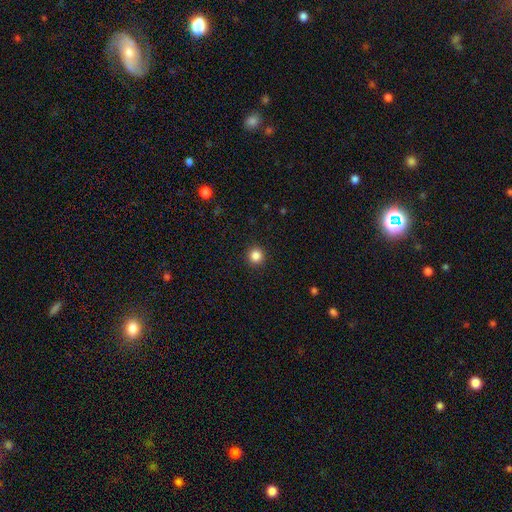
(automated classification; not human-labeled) Smooth or featured? smooth (85%)
How rounded? round (95%)
Merging? none (93%)